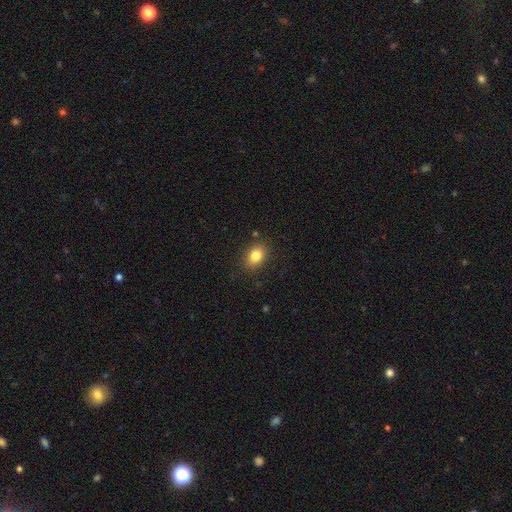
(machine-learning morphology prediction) type=smooth (83%); roundness=in between (67%); merging=none (84%).